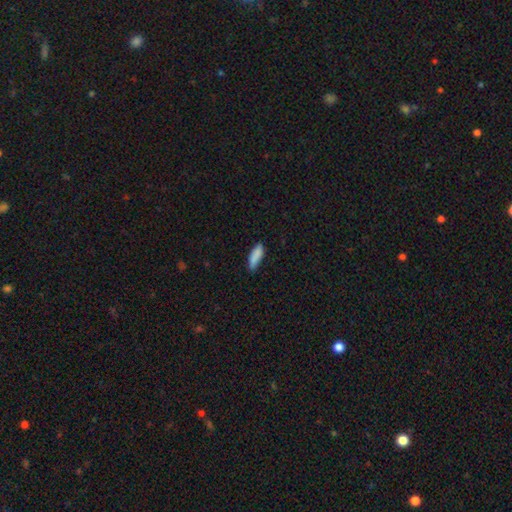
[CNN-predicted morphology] smooth-or-featured: smooth: 88% | star or artifact: 6% | featured or disk: 6%
  how-rounded: in between: 53% | cigar-shaped: 45% | round: 2%
  merging: none: 78% | minor disturbance: 18% | major disturbance: 3% | merger: 1%